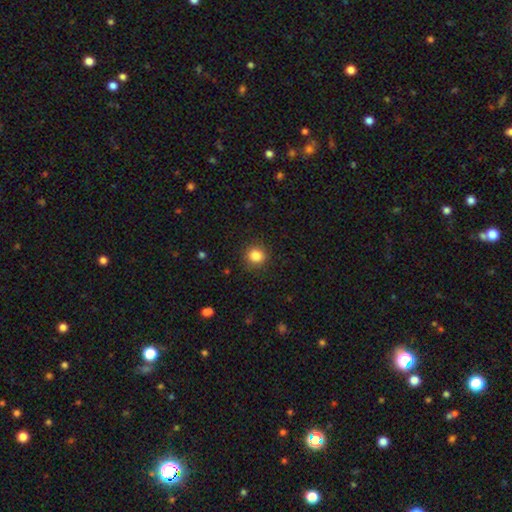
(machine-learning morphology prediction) Smooth or featured? smooth (85%)
How rounded? round (84%)
Merging? none (89%)